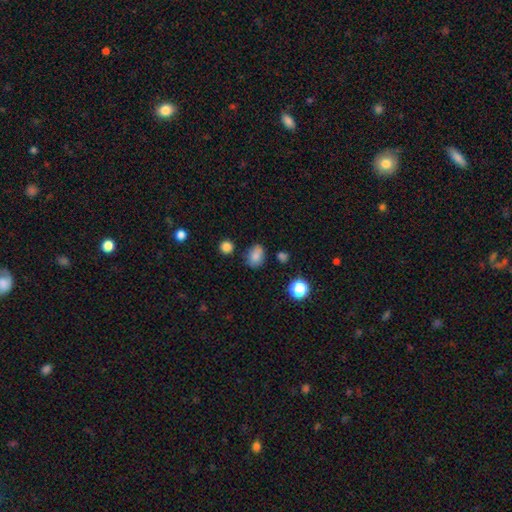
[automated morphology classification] Overall: smooth (81%). How rounded: in between (67%; round 31%). Merging: none (74%).